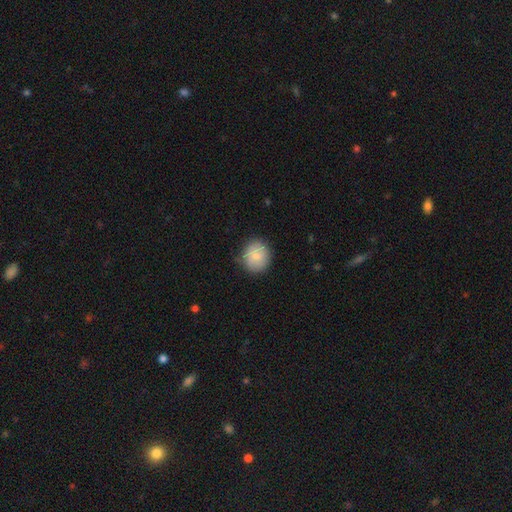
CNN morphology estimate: Smooth or featured? Predicted: smooth (p=0.80). How rounded? Predicted: round (p=0.82). Merging? Predicted: none (p=0.81).